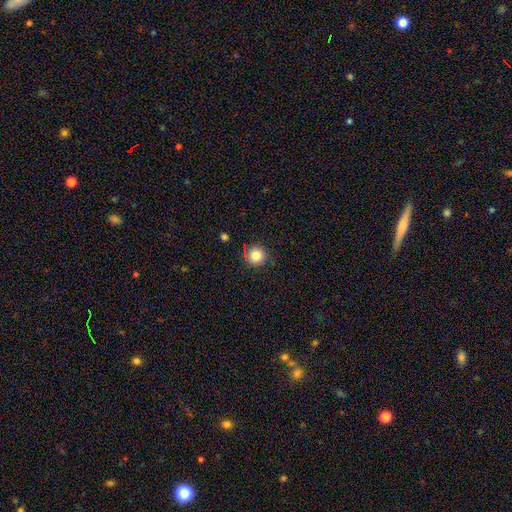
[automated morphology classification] Q: Smooth or featured?
A: smooth (82%); runner-up: star or artifact (12%)
Q: How rounded?
A: round (94%); runner-up: in between (5%)
Q: Merging?
A: none (87%); runner-up: minor disturbance (8%)